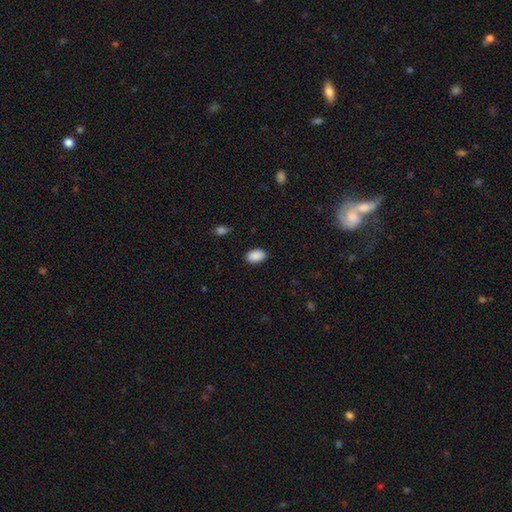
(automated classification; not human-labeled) smooth_or_featured: smooth (p=0.90) [alt: star or artifact p=0.07]
how_rounded: in between (p=0.91) [alt: round p=0.07]
merging: none (p=0.87) [alt: minor disturbance p=0.09]